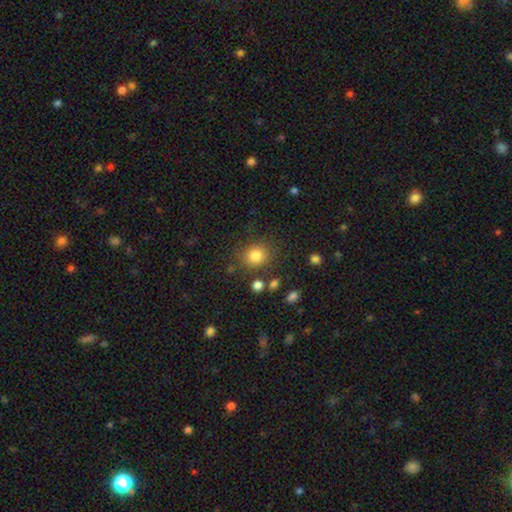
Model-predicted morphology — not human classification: Overall: smooth (82%). How rounded: round (78%). Merging: none (81%).